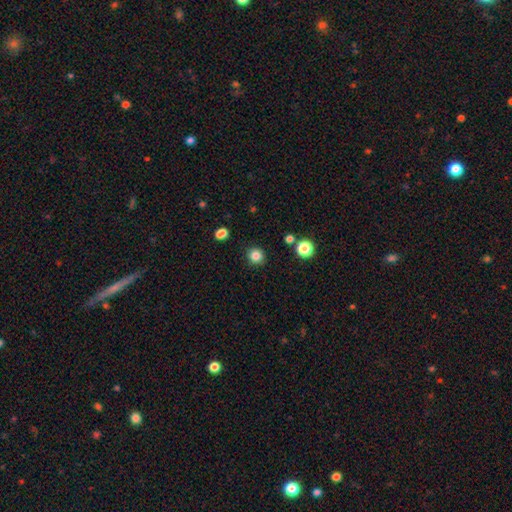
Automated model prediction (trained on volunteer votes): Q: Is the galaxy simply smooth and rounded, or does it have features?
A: smooth — 84%.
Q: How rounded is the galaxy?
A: round — 92%.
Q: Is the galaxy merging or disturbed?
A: none — 91%.